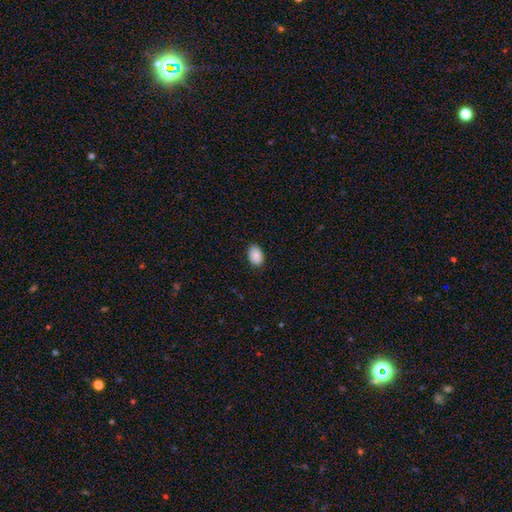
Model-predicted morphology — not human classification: type=smooth (89%); roundness=in between (87%); merging=none (85%).